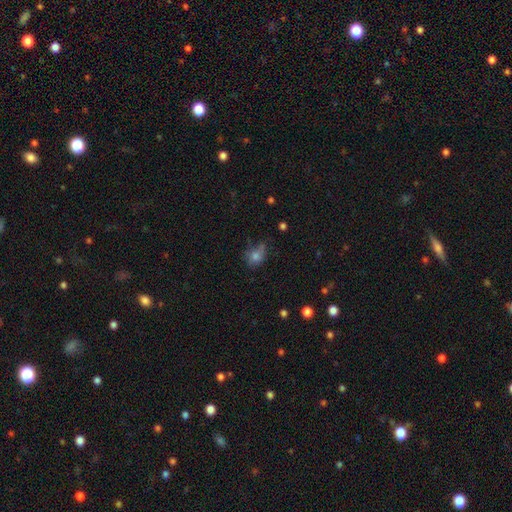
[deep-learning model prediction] The model was most divided on "how rounded": round: 59%, in between: 40%, cigar-shaped: 1%. Remaining: smooth or featured — smooth (70%); merging — none (50%).